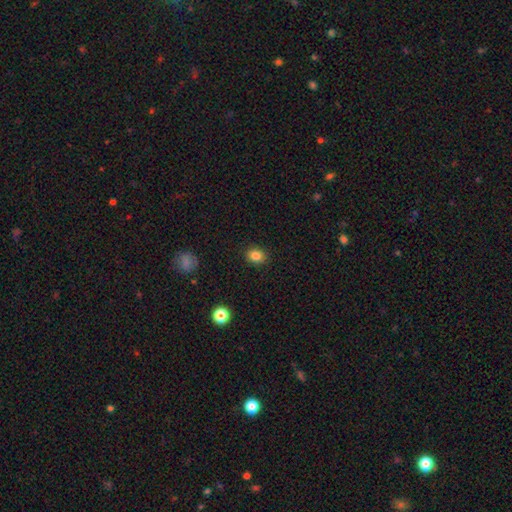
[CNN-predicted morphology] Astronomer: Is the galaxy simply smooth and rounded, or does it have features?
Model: smooth — 84%.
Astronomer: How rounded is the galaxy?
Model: round — 60% (runner-up: in between, 39%).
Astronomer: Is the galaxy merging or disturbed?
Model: none — 89%.